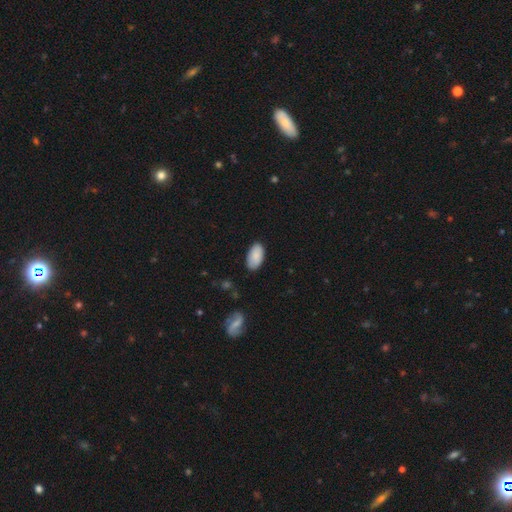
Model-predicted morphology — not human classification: smooth 87%, featured or disk 7%, star or artifact 6%. Down the decision tree: how rounded — in between (95%); merging — none (82%).